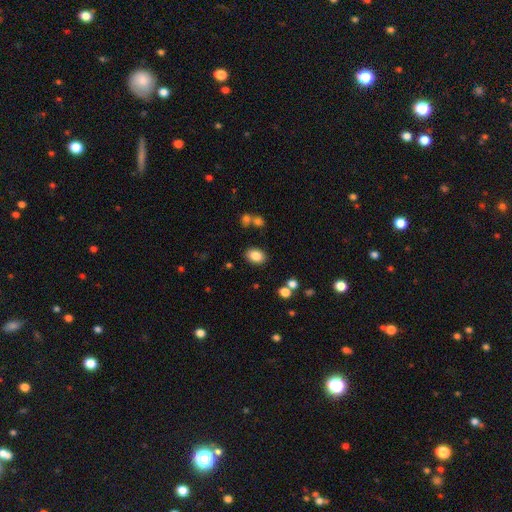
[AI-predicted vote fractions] The model was most divided on "how rounded": in between: 77%, round: 22%, cigar-shaped: 1%. More confident: smooth or featured — smooth (85%); merging — none (84%).